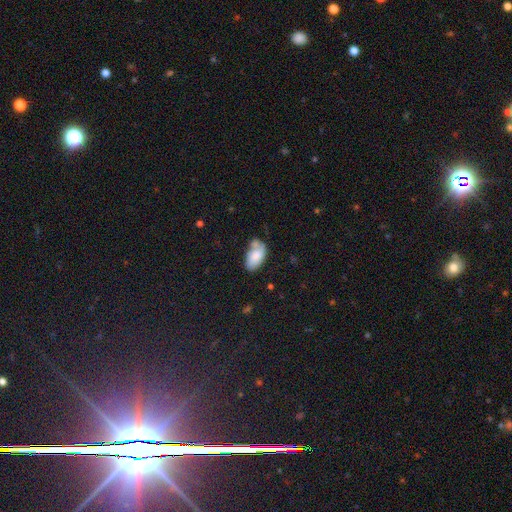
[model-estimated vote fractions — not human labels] Smooth or featured: smooth — 77% (featured or disk — 15%)
How rounded: in between — 94% (round — 4%)
Merging: none — 44% (minor disturbance — 28%)